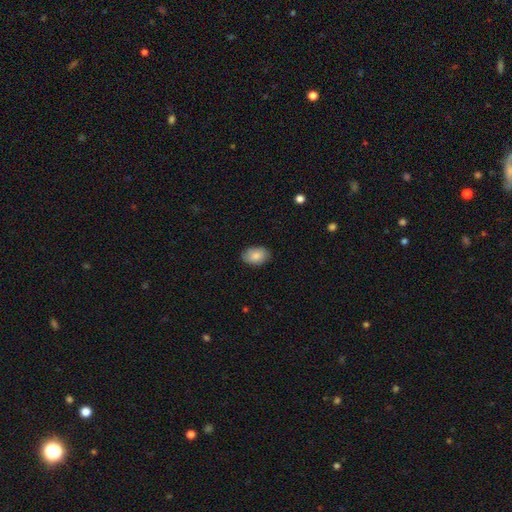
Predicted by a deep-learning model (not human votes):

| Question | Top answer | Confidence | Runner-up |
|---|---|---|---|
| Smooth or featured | smooth | 86% | featured or disk (7%) |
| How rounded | in between | 87% | round (12%) |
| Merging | none | 86% | minor disturbance (11%) |